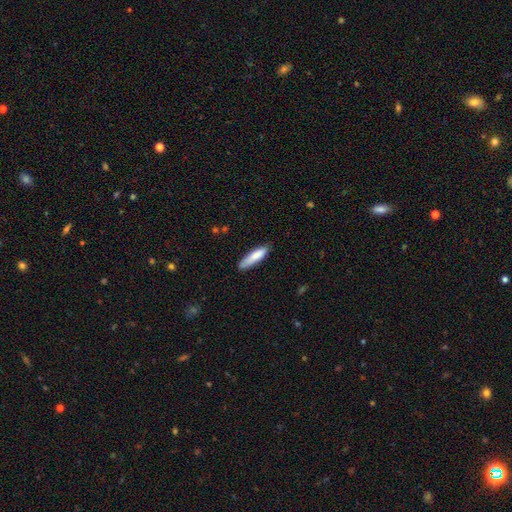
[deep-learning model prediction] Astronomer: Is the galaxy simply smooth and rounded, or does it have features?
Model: smooth — 82%.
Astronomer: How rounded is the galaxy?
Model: cigar-shaped — 76%.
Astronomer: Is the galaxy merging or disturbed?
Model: none — 78%.